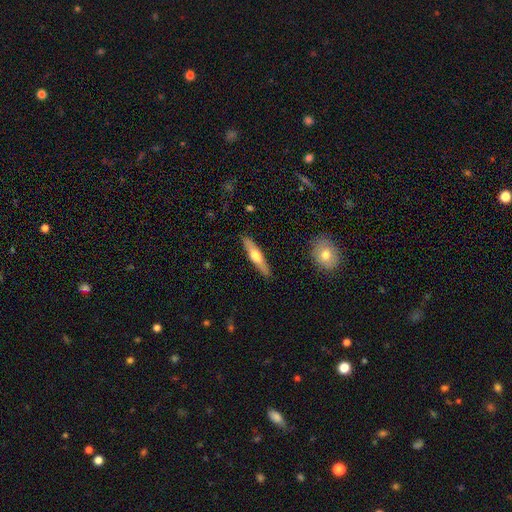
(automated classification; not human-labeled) Smooth or featured? Predicted: smooth (p=0.50). Merging? Predicted: none (p=0.88).